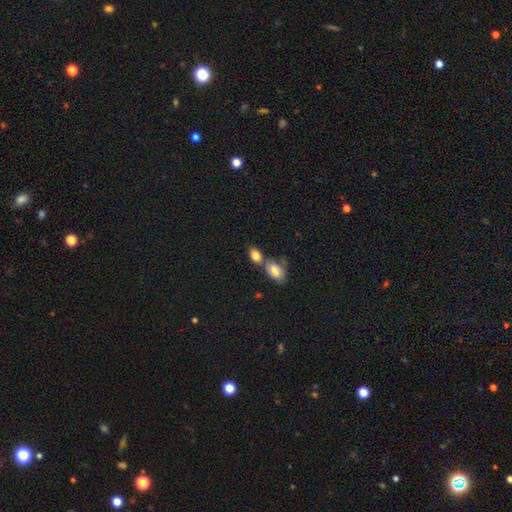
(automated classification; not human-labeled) smooth_or_featured: smooth (p=0.83) [alt: featured or disk p=0.09]
how_rounded: in between (p=0.88) [alt: round p=0.10]
merging: merger (p=0.44) [alt: none p=0.41]